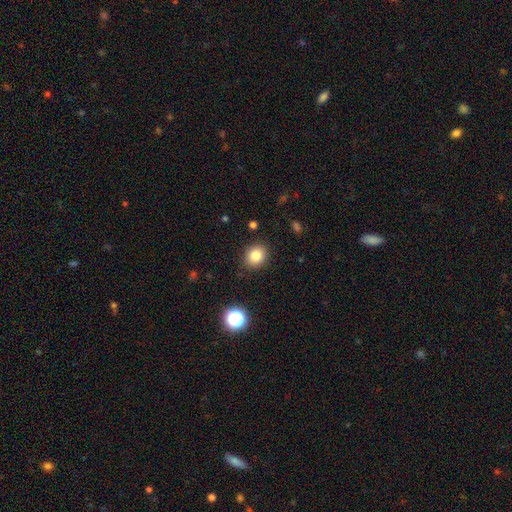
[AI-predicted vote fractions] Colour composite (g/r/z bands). It shows a smooth galaxy with no disk features (82%) that is round (66%). Merging: none (88%).